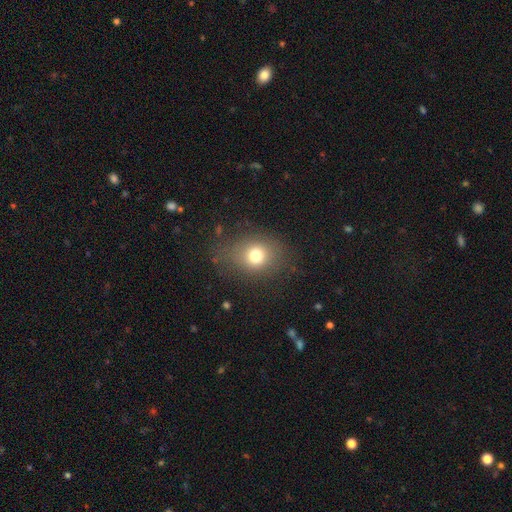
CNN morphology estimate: The model was most divided on "how rounded": round: 57%, in between: 42%, cigar-shaped: 1%. More confident: smooth or featured — smooth (74%); merging — none (72%).